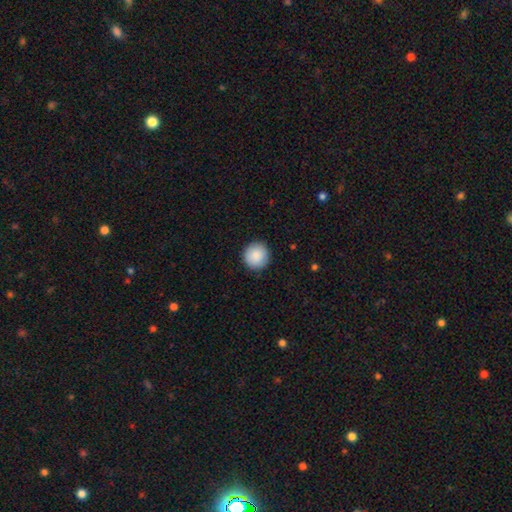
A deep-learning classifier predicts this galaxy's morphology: This appears to be a smooth galaxy with no disk features (89%) that is round (94%). Merging: none (92%).